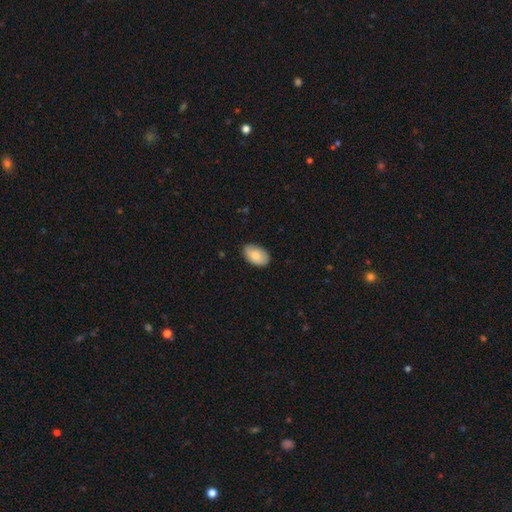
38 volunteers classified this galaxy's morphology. Smooth or featured? smooth (89%)
How rounded? in between (94%)
Merging? none (88%)